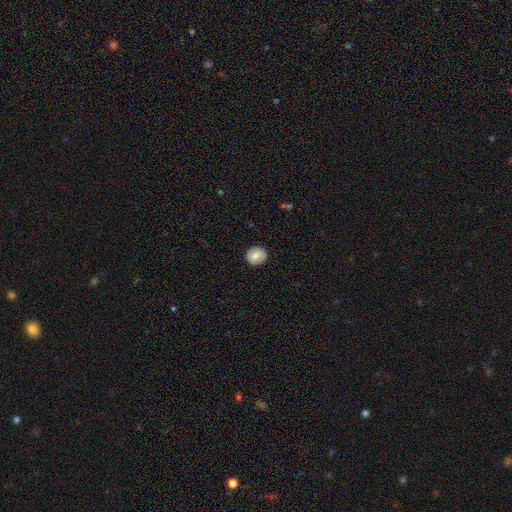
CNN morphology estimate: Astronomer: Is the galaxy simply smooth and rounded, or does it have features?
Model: smooth — 77%.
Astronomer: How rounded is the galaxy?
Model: round — 82%.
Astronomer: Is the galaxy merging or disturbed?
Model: none — 89%.